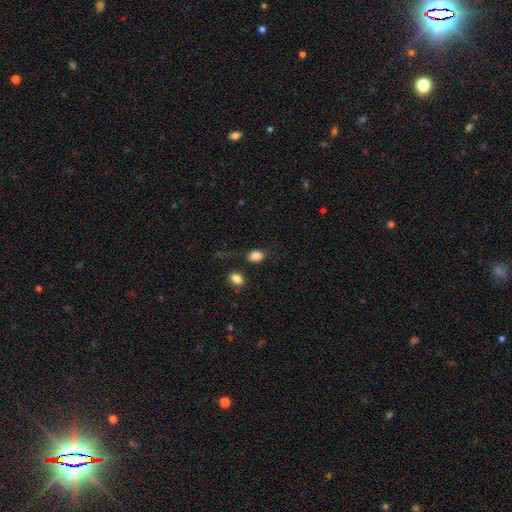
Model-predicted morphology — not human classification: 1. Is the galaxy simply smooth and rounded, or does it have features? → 85% smooth, 9% star or artifact, 6% featured or disk.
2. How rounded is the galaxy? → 80% in between, 18% round, 2% cigar-shaped.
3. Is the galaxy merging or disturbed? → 67% none, 17% minor disturbance, 8% major disturbance, 8% merger.